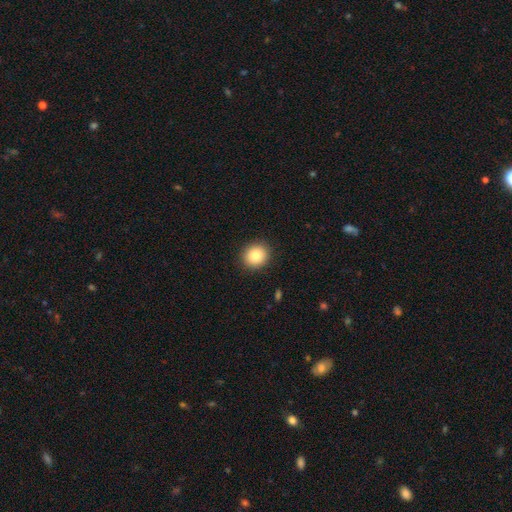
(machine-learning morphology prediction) smooth_or_featured: smooth (p=0.84) [alt: star or artifact p=0.09]
how_rounded: round (p=0.83) [alt: in between p=0.16]
merging: none (p=0.91) [alt: minor disturbance p=0.06]